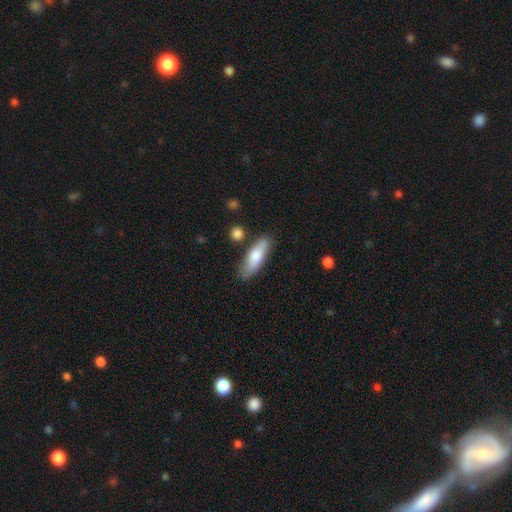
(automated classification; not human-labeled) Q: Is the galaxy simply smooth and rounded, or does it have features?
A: smooth — 73%.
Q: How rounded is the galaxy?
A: in between — 50%.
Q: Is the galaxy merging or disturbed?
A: none — 79%.